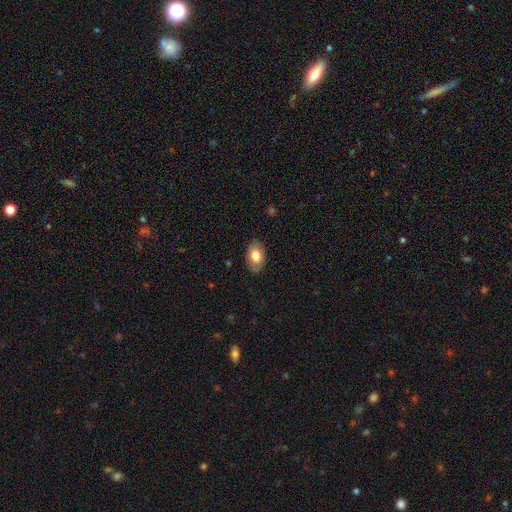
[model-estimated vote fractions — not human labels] smooth-or-featured: smooth: 77% | featured or disk: 16% | star or artifact: 7%
  how-rounded: in between: 90% | round: 9% | cigar-shaped: 1%
  merging: none: 85% | minor disturbance: 11% | major disturbance: 3% | merger: 1%